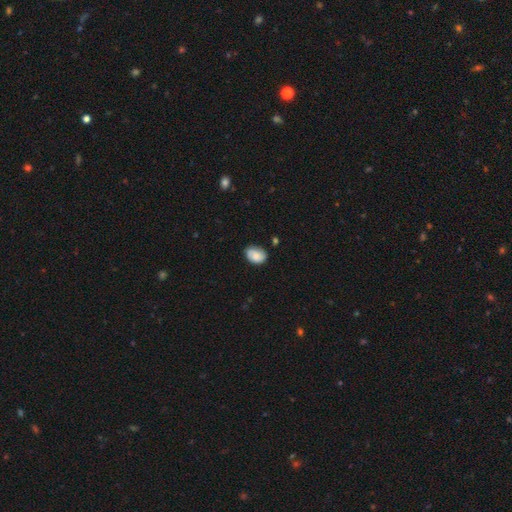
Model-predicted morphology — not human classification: Overall: smooth (78%). How rounded: in between (78%). Merging: none (67%).